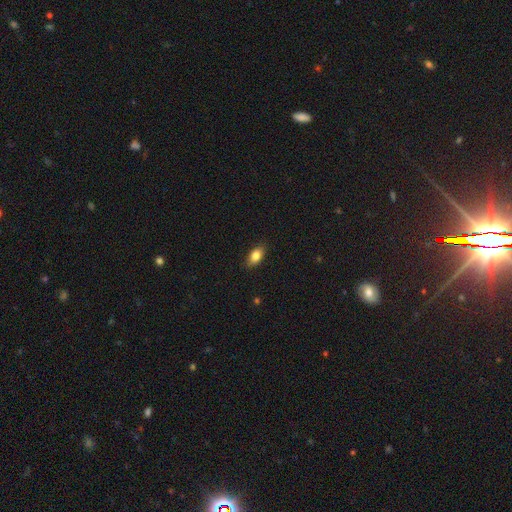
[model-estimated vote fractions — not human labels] Smooth or featured: smooth — 82% (featured or disk — 10%)
How rounded: in between — 88% (round — 7%)
Merging: none — 86% (minor disturbance — 10%)